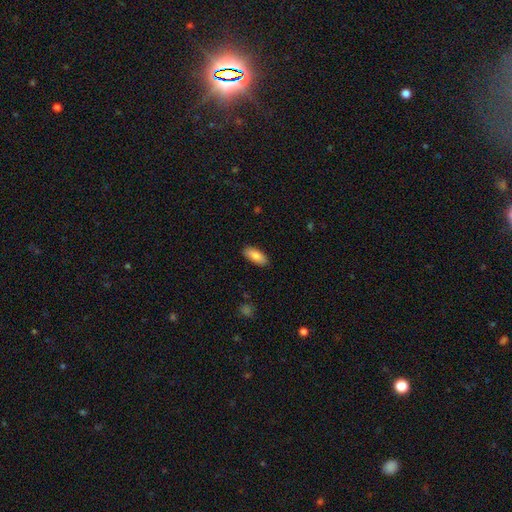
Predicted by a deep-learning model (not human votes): Smooth or featured? smooth (84%)
How rounded? in between (82%)
Merging? none (88%)